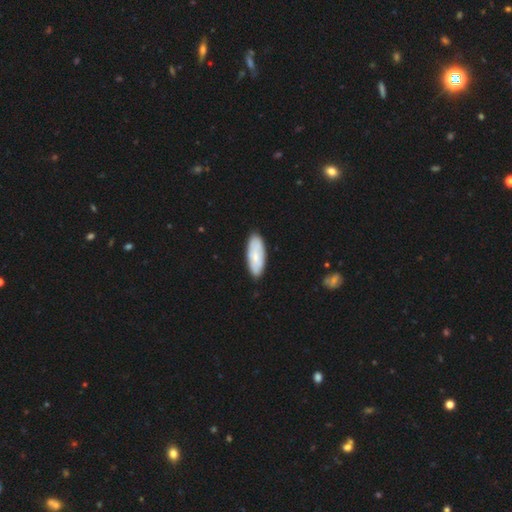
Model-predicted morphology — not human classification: smooth-or-featured: smooth: 65% | featured or disk: 30% | star or artifact: 5%
  how-rounded: in between: 74% | cigar-shaped: 24% | round: 2%
  merging: none: 85% | minor disturbance: 12% | major disturbance: 2% | merger: 1%